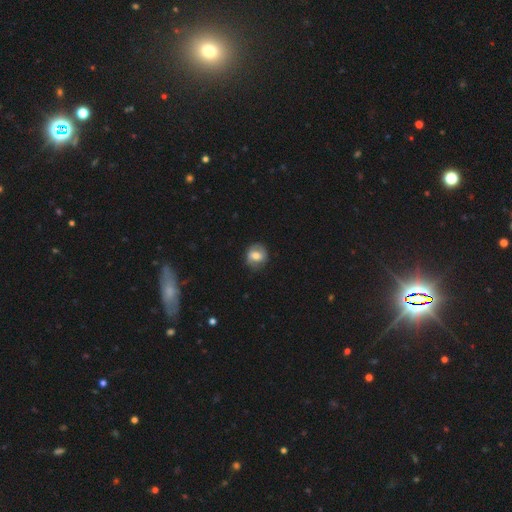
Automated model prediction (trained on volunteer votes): Q: Smooth or featured?
A: smooth (59%); runner-up: featured or disk (33%)
Q: How rounded?
A: round (77%); runner-up: in between (21%)
Q: Merging?
A: none (81%); runner-up: minor disturbance (14%)